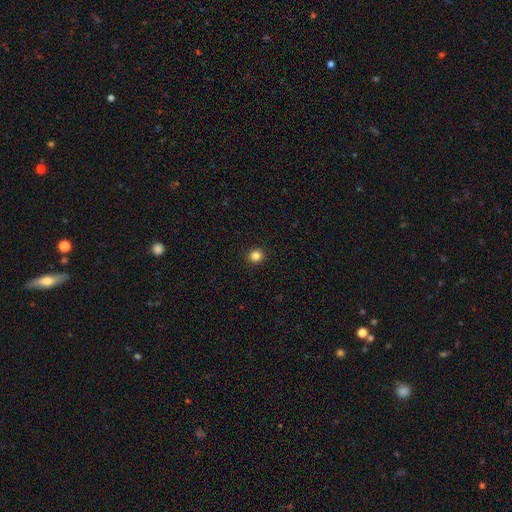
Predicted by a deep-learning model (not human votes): Smooth or featured: smooth — 84% (star or artifact — 12%)
How rounded: round — 89% (in between — 10%)
Merging: none — 93% (minor disturbance — 4%)